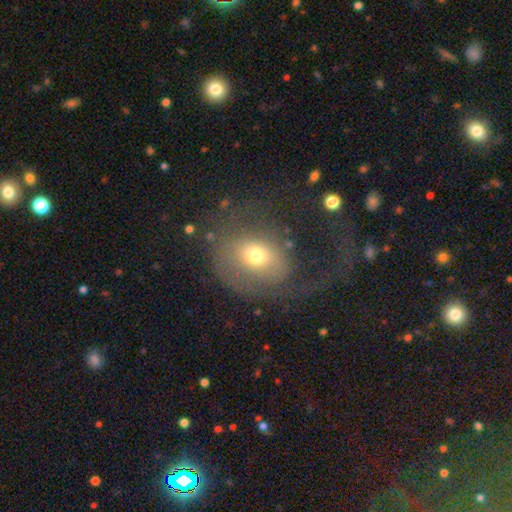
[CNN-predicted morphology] This is possibly a smooth galaxy (54%). How rounded: possibly round (58%). Merging: marginally none (43%).